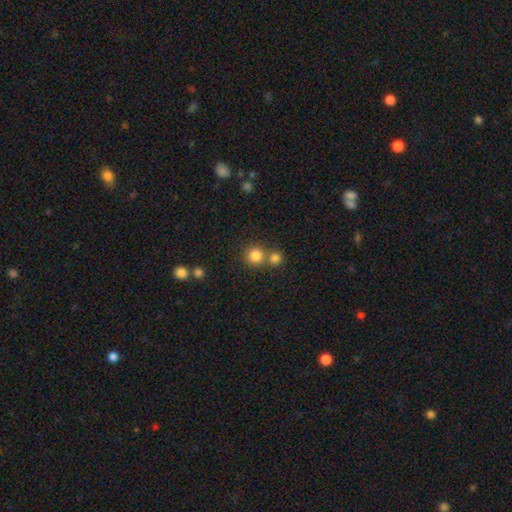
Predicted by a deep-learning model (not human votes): A smooth galaxy with no disk features (82%) that is round (92%). Merging: none (62%).